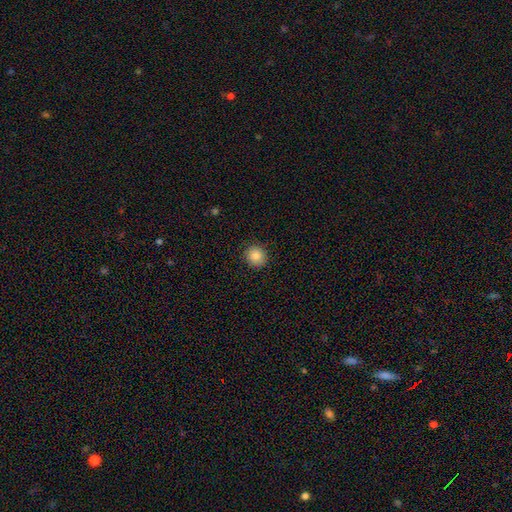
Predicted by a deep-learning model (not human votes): Morphology: type=smooth (84%); roundness=round (87%); merging=none (90%).